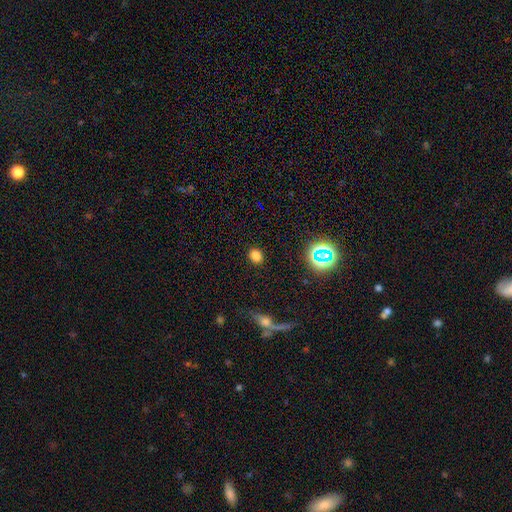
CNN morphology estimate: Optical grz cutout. It shows a smooth galaxy with no disk features (78%) that is round (58%). Merging: none (89%).